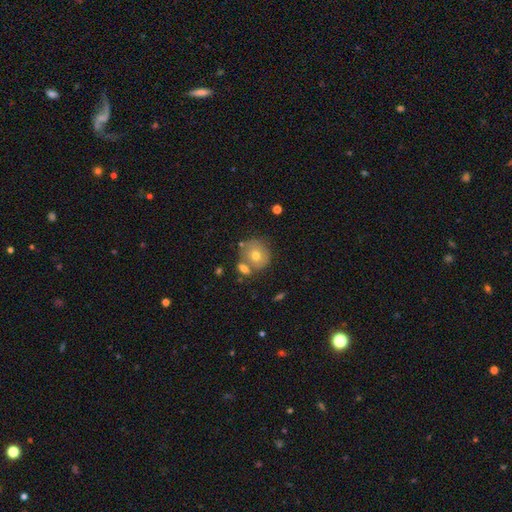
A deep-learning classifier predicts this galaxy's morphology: Smooth or featured? Predicted: smooth (p=0.65). How rounded? Predicted: round (p=0.86). Merging? Predicted: none (p=0.58).